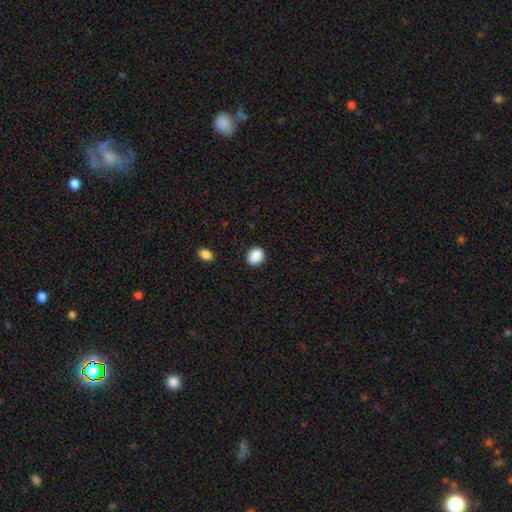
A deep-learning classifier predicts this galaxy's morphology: Q: Smooth or featured?
A: smooth (89%); runner-up: star or artifact (8%)
Q: How rounded?
A: in between (57%); runner-up: round (42%)
Q: Merging?
A: none (87%); runner-up: minor disturbance (9%)